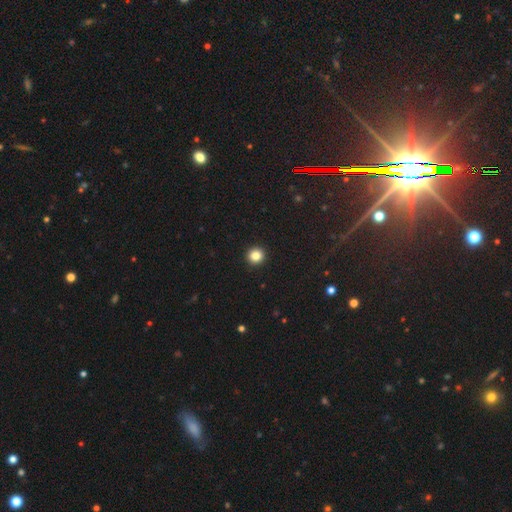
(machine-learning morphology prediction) Smooth or featured? Predicted: smooth (p=0.84). How rounded? Predicted: round (p=0.95). Merging? Predicted: none (p=0.94).